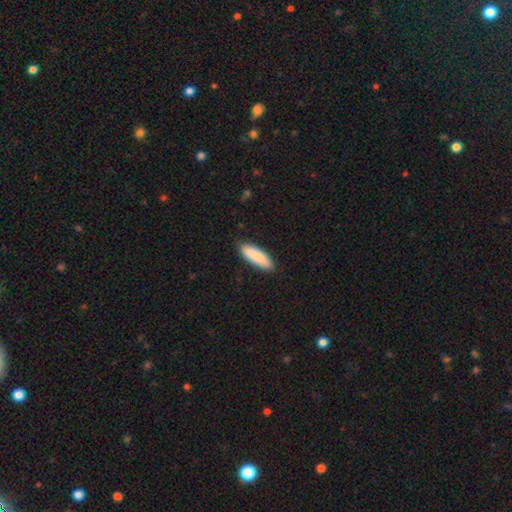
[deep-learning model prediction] Smooth or featured? Predicted: smooth (p=0.88). How rounded? Predicted: in between (p=0.52). Merging? Predicted: none (p=0.87).